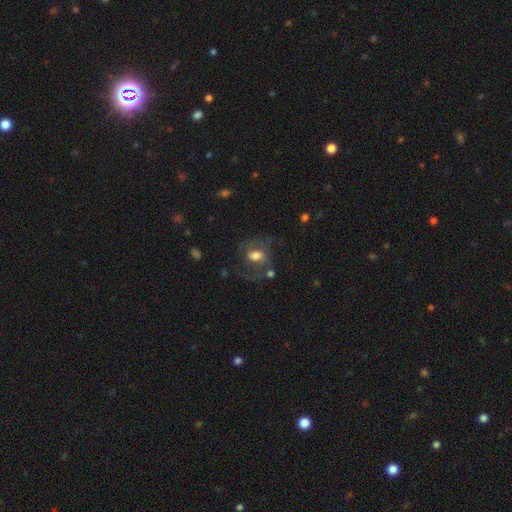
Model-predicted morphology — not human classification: Smooth or featured? Predicted: featured or disk (p=0.53). Edge-on disk? Predicted: no (p=0.96). Bar? Predicted: no (p=0.45). Spiral arms? Predicted: yes (p=0.77). Bulge size? Predicted: moderate (p=0.54). Merging? Predicted: none (p=0.55).